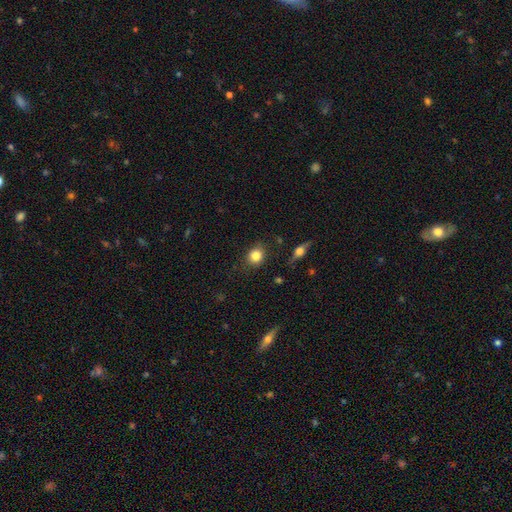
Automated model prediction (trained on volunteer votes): A smooth galaxy with no disk features (82%) that is round (74%). Merging: none (82%).